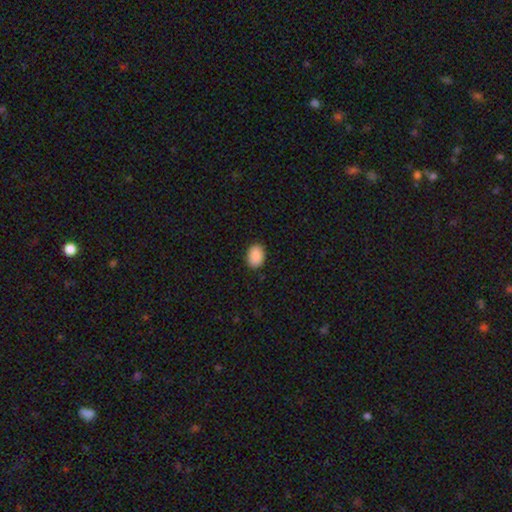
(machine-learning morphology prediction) Q: Smooth or featured?
A: smooth (90%); runner-up: star or artifact (7%)
Q: How rounded?
A: in between (77%); runner-up: round (22%)
Q: Merging?
A: none (88%); runner-up: minor disturbance (9%)